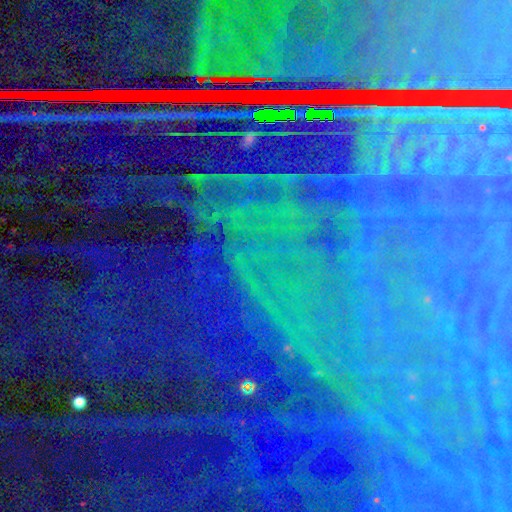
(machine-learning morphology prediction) Smooth or featured: star or artifact — 84% (smooth — 9%)